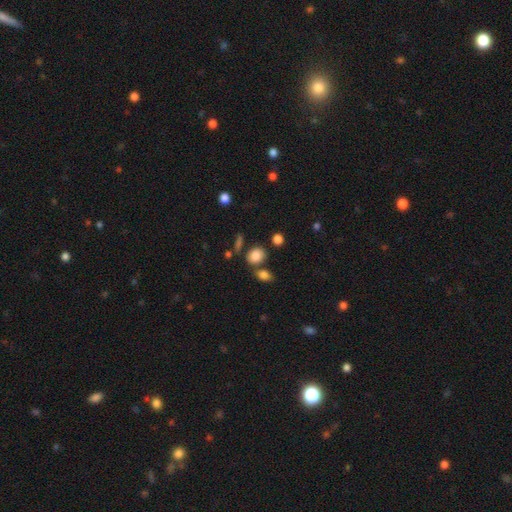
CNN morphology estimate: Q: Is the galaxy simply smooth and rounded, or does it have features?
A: smooth — 83%.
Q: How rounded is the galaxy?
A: in between — 56%.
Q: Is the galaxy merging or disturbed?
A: none — 68%.